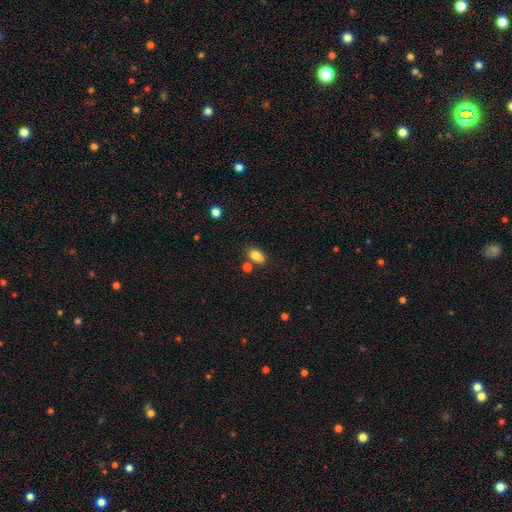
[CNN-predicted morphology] smooth 77%, featured or disk 12%, star or artifact 11%. Down the decision tree: how rounded — in between (73%); merging — none (50%).